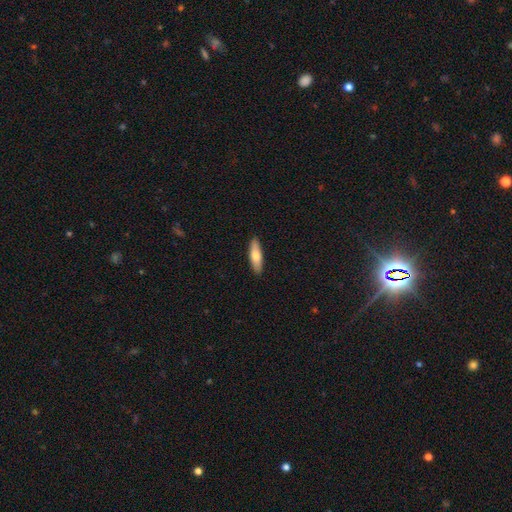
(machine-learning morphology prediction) A smooth galaxy with no disk features (73%) that is cigar-shaped (60%). Merging: none (90%).